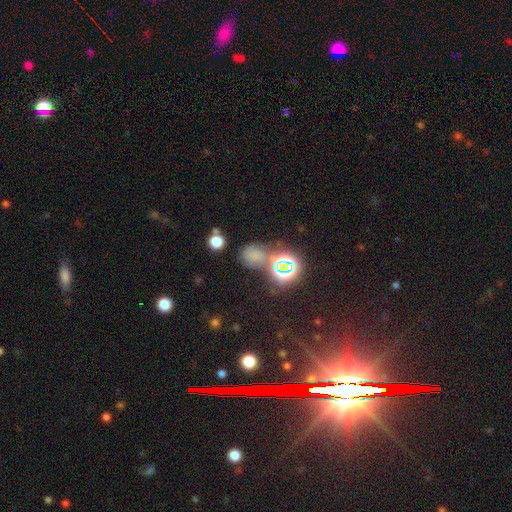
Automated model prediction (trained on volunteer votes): Q: Smooth or featured?
A: smooth (48%); runner-up: star or artifact (39%)
Q: Merging?
A: none (46%); runner-up: merger (23%)